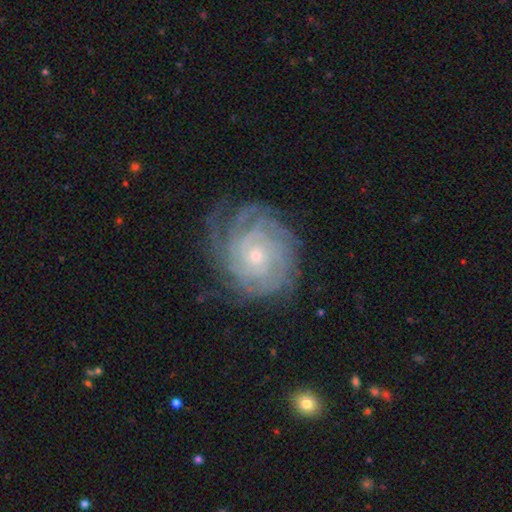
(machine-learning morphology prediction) type=featured or disk (85%); edge-on=no (97%); bar=no (78%); spiral arms=yes (96%); winding=tight (80%); arm count=can't tell (32%); bulge=small (70%); merging=none (71%).